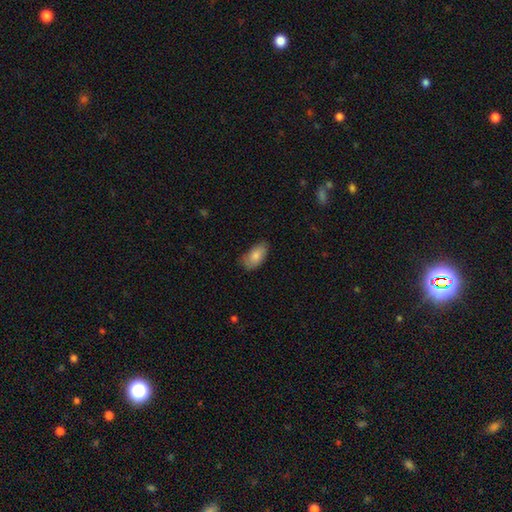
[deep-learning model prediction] A smooth galaxy with no disk features (83%) that is in between round and cigar-shaped (93%). Merging: none (72%).